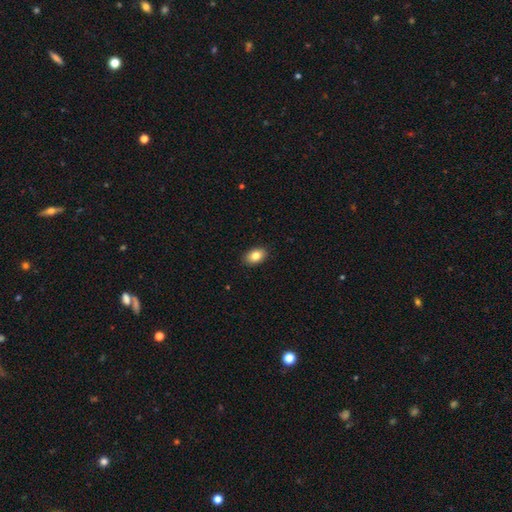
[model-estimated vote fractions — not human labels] The model was most divided on "how rounded": in between: 86%, round: 13%, cigar-shaped: 1%. More confident: merging — none (90%); smooth or featured — smooth (83%).